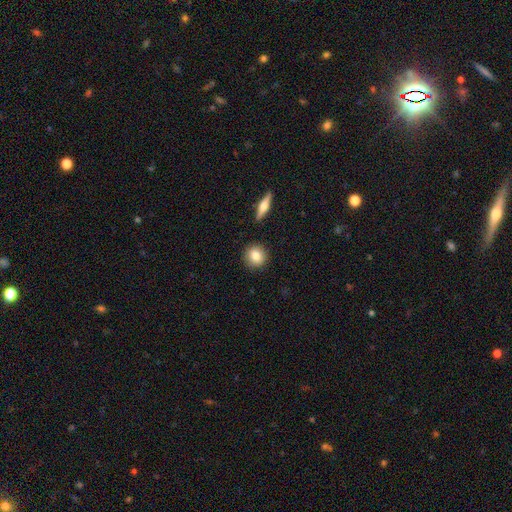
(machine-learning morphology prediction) Q: Smooth or featured?
A: smooth (82%); runner-up: featured or disk (11%)
Q: How rounded?
A: round (87%); runner-up: in between (11%)
Q: Merging?
A: none (89%); runner-up: minor disturbance (7%)